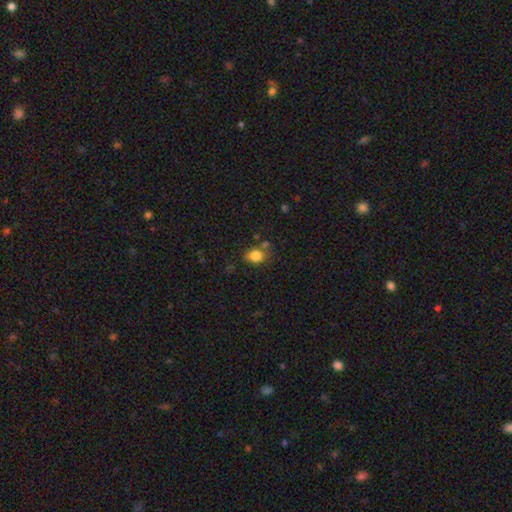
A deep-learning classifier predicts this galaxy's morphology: Overall: smooth (82%). How rounded: in between (52%; round 47%). Merging: none (63%).